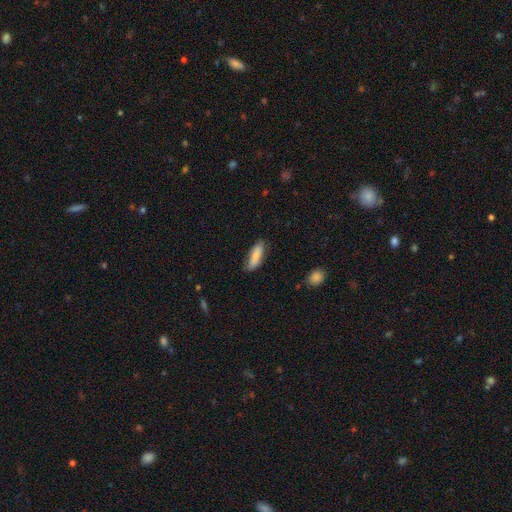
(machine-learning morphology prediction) Q: Smooth or featured?
A: smooth (80%); runner-up: featured or disk (14%)
Q: How rounded?
A: in between (57%); runner-up: cigar-shaped (41%)
Q: Merging?
A: none (73%); runner-up: minor disturbance (21%)